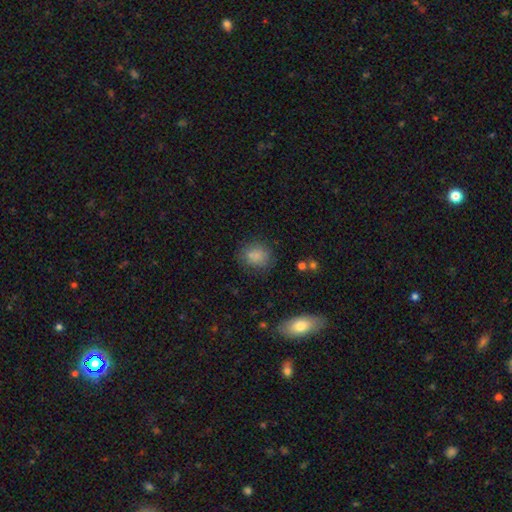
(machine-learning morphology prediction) smooth 80%, star or artifact 12%, featured or disk 8%. Down the decision tree: how rounded — round (59%); merging — none (71%).